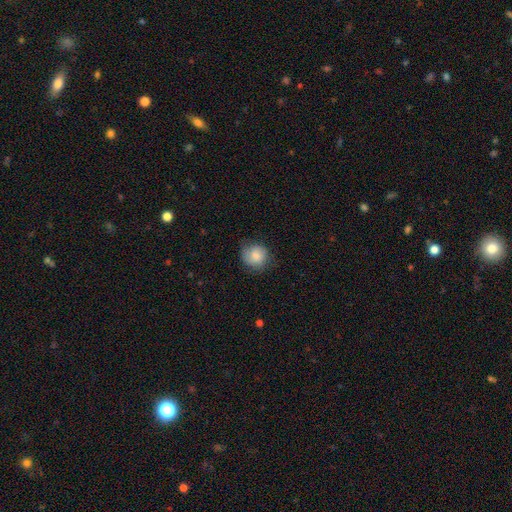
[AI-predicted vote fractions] Smooth or featured: smooth — 81% (featured or disk — 11%)
How rounded: round — 83% (in between — 16%)
Merging: none — 68% (minor disturbance — 25%)